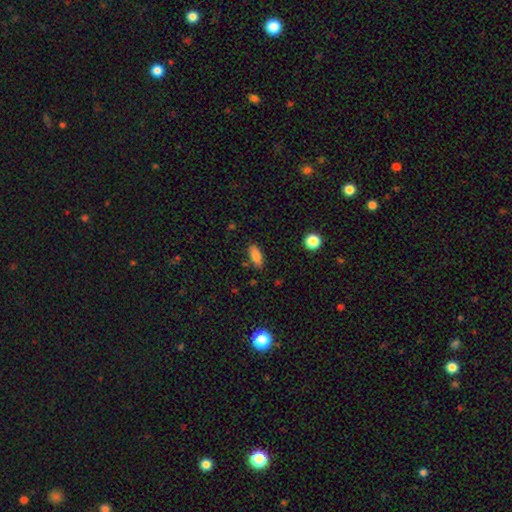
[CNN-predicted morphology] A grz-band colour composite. It shows a smooth galaxy with no disk features (82%) that is in between round and cigar-shaped (82%). Merging: none (83%).